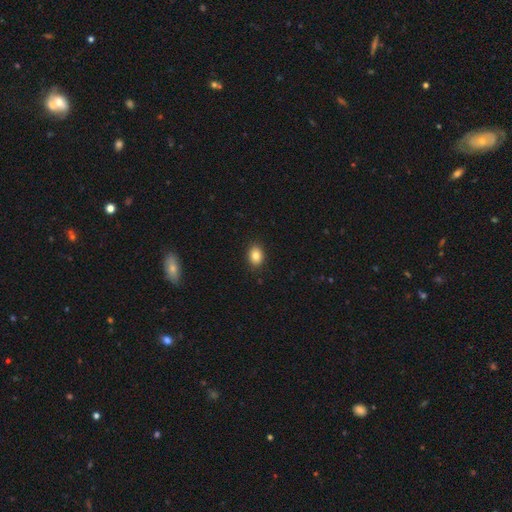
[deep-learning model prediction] Overall: smooth (84%). How rounded: in between (69%; round 30%). Merging: none (90%).